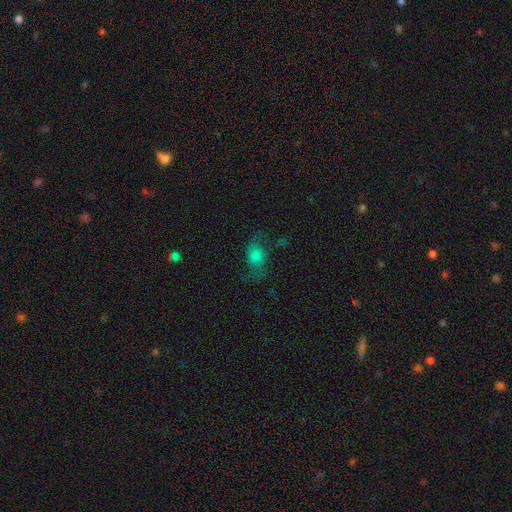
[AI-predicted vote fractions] The model was most divided on "smooth or featured": smooth: 47%, featured or disk: 39%, star or artifact: 14%. More confident: merging — none (53%).